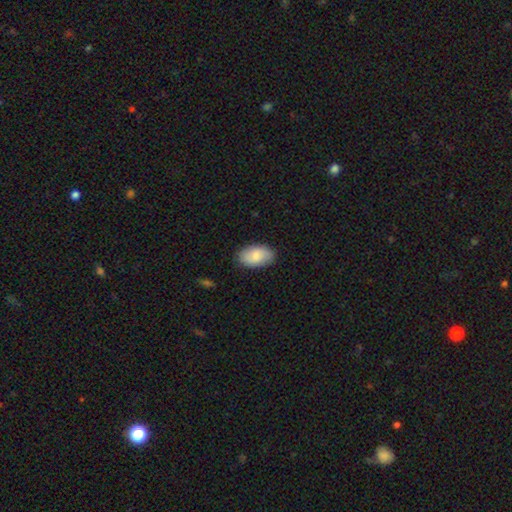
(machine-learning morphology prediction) Smooth or featured? Predicted: smooth (p=0.83). How rounded? Predicted: in between (p=0.94). Merging? Predicted: none (p=0.85).